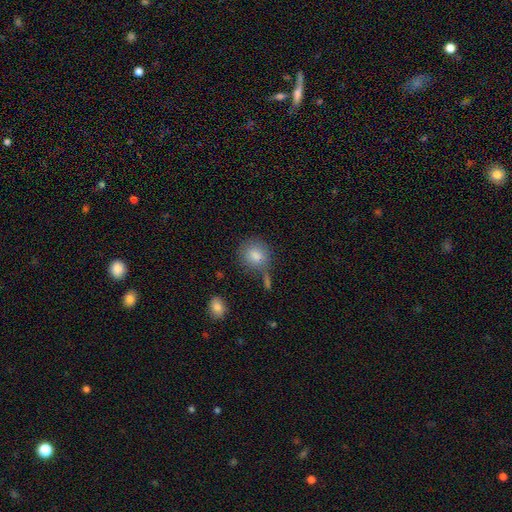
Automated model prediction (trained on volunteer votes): smooth 82%, star or artifact 9%, featured or disk 9%. Down the decision tree: how rounded — round (80%); merging — none (69%).